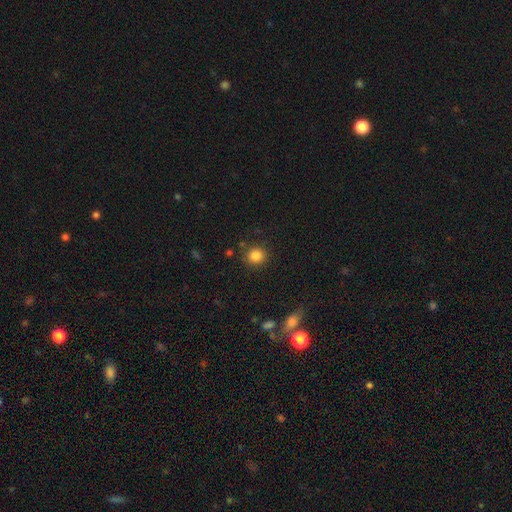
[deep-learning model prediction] A smooth galaxy with no disk features (84%) that is round (85%). Merging: none (86%).